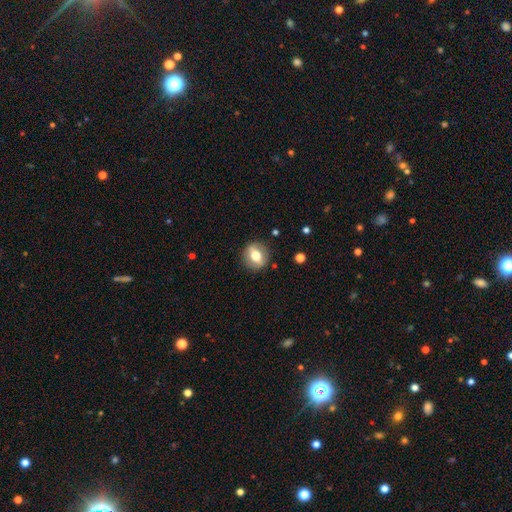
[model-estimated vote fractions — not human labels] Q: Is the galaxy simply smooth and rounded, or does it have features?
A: smooth — 51%.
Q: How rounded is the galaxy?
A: round — 69%.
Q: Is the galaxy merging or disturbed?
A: none — 85%.